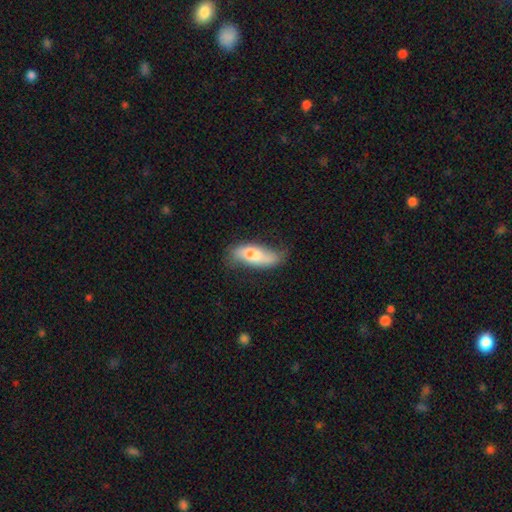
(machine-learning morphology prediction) Smooth or featured?
  - smooth: 54% *
  - featured or disk: 39%
  - star or artifact: 7%
How rounded?
  - in between: 70% *
  - cigar-shaped: 27%
  - round: 3%
Merging?
  - none: 43% *
  - minor disturbance: 32%
  - major disturbance: 14%
  - merger: 11%